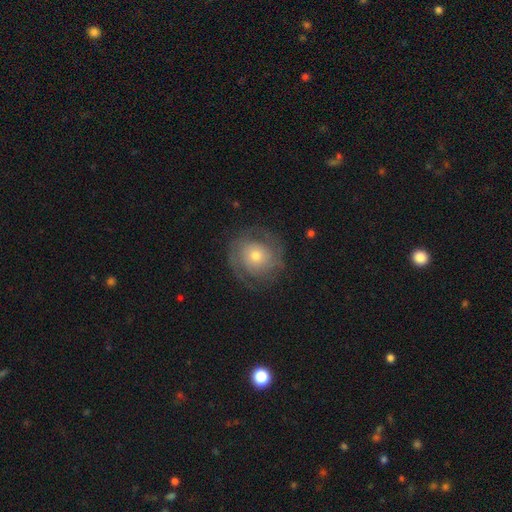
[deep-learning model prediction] This is likely a featured or disk galaxy (67%). It is clearly not viewed edge-on (97%). Bar: clearly no (81%). Spiral arm pattern: clearly yes (84%). Spiral arm count: possibly 2 (57%). Spiral winding: possibly tight (58%). Central bulge: possibly moderate (54%). Merging: likely none (75%).